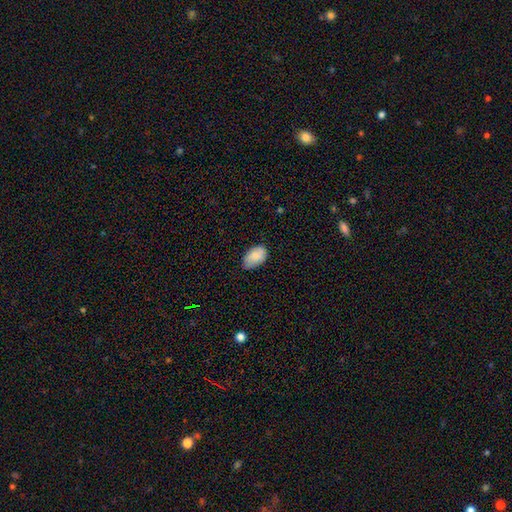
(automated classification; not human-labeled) smooth 85%, featured or disk 8%, star or artifact 7%. Down the decision tree: how rounded — in between (93%); merging — none (68%).